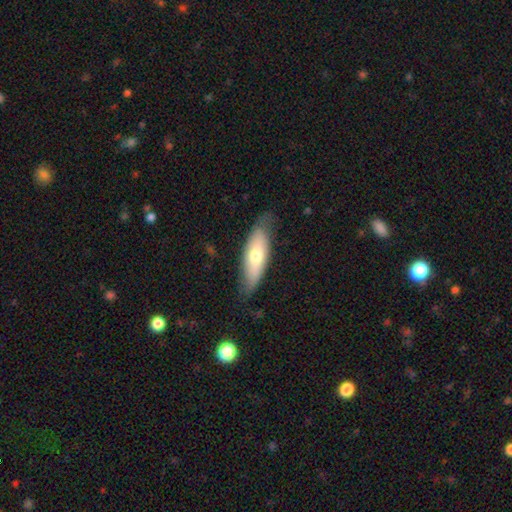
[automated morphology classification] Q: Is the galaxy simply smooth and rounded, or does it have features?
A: smooth — 61%.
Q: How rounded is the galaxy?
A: in between — 60%.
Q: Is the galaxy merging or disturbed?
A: none — 72%.